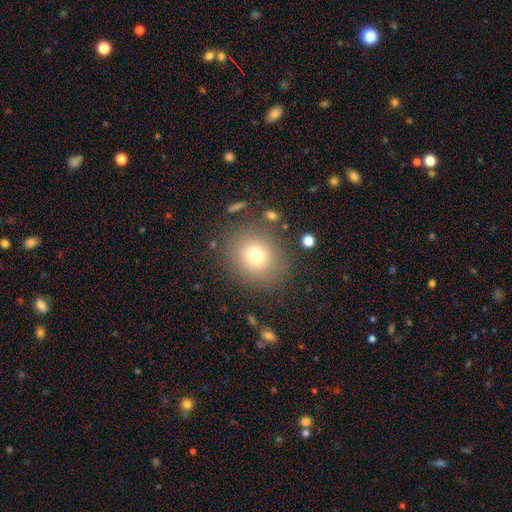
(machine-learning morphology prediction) Smooth or featured: smooth — 74% (star or artifact — 14%)
How rounded: round — 85% (in between — 15%)
Merging: none — 83% (minor disturbance — 9%)